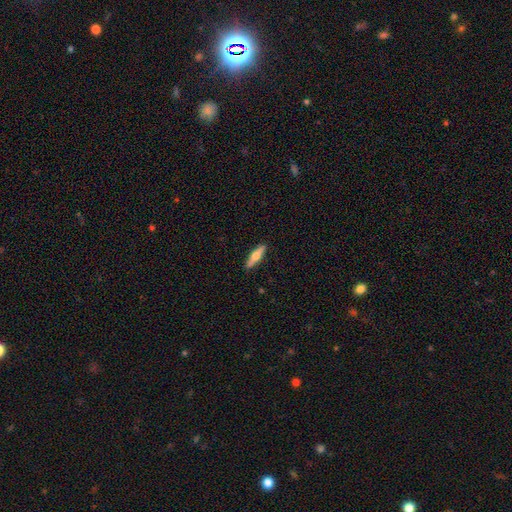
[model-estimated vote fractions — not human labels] A smooth galaxy with no disk features (51%) that is cigar-shaped (73%).

Vote fractions:
- Smooth or featured? smooth: 51% / featured or disk: 44% / star or artifact: 5%
- How rounded? cigar-shaped: 73% / in between: 25% / round: 2%
- Merging? none: 90% / minor disturbance: 8% / major disturbance: 2% / merger: 1%